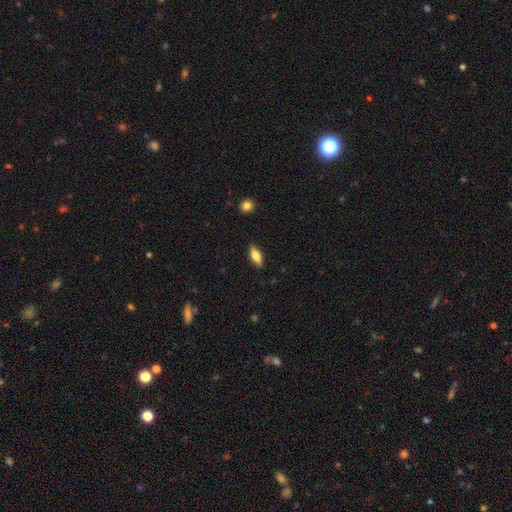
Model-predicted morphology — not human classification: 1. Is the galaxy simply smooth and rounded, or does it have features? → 67% smooth, 26% featured or disk, 7% star or artifact.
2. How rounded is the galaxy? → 69% in between, 28% cigar-shaped, 3% round.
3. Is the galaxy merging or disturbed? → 86% none, 11% minor disturbance, 2% major disturbance, 1% merger.